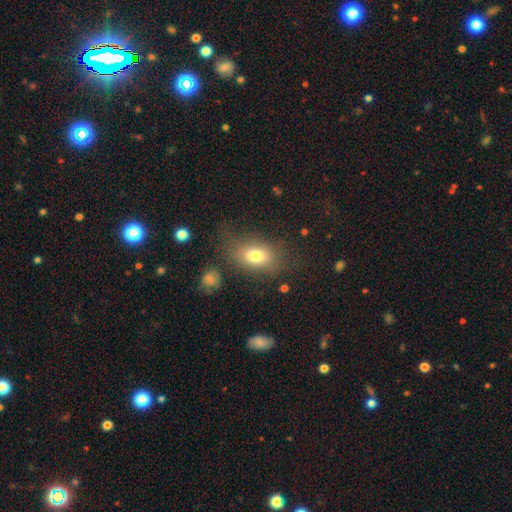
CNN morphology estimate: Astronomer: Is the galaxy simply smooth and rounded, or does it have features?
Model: smooth — 76%.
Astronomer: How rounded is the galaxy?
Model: in between — 80%.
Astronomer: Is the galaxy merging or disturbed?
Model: none — 67%.